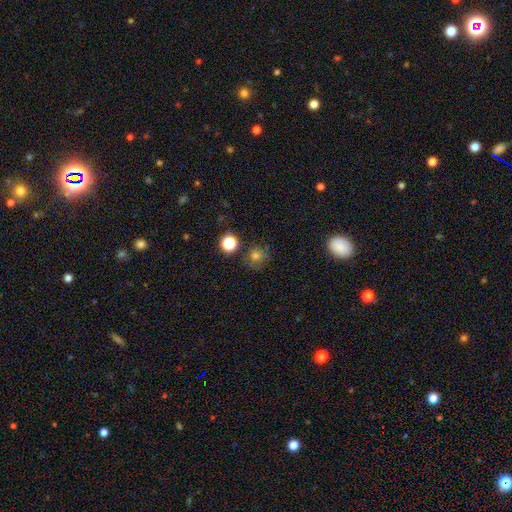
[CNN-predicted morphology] A smooth galaxy with no disk features (72%) that is round (86%).

Vote fractions:
- Smooth or featured? smooth: 72% / star or artifact: 20% / featured or disk: 8%
- How rounded? round: 86% / in between: 13% / cigar-shaped: 1%
- Merging? none: 70% / minor disturbance: 16% / major disturbance: 7% / merger: 7%